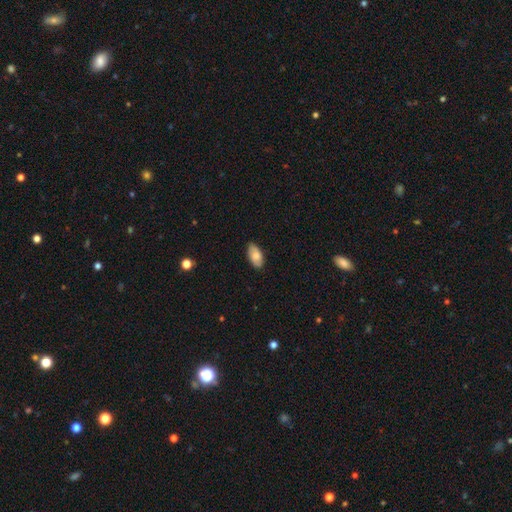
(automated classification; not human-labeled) smooth-or-featured: smooth: 78% | featured or disk: 15% | star or artifact: 7%
  how-rounded: in between: 94% | cigar-shaped: 3% | round: 3%
  merging: none: 84% | minor disturbance: 13% | major disturbance: 2% | merger: 1%